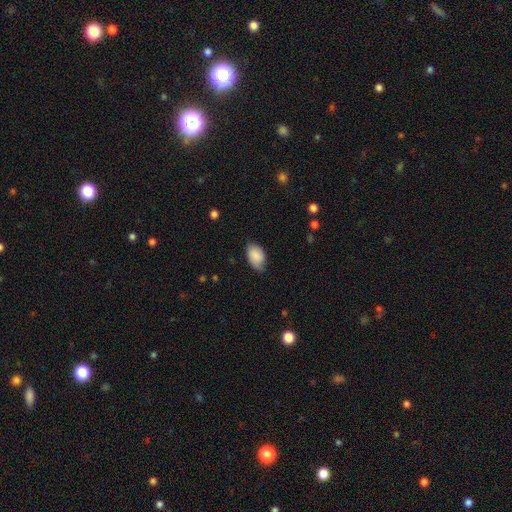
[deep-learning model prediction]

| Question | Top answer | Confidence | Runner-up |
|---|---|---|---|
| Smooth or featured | smooth | 84% | featured or disk (10%) |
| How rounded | in between | 90% | round (9%) |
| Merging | none | 64% | minor disturbance (29%) |